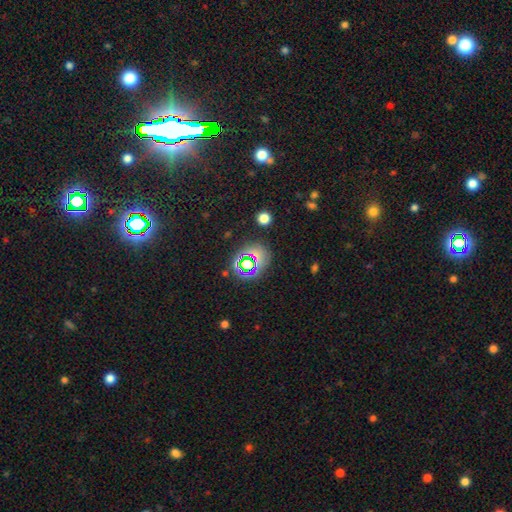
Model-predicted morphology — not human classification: This is possibly a star or artifact rather than a galaxy (54%).